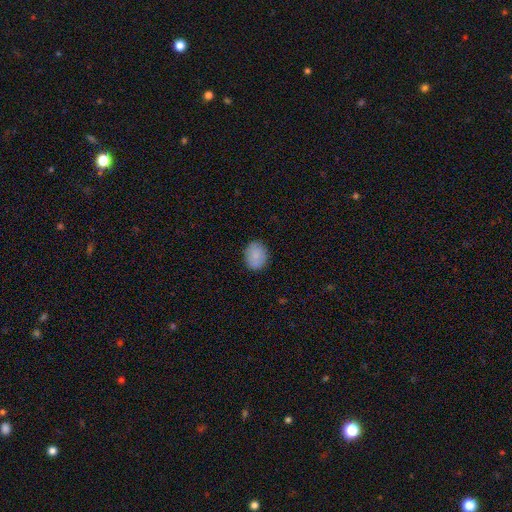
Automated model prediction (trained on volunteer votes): This is clearly a smooth galaxy (86%). How rounded: possibly in between (51%). Merging: clearly none (86%).